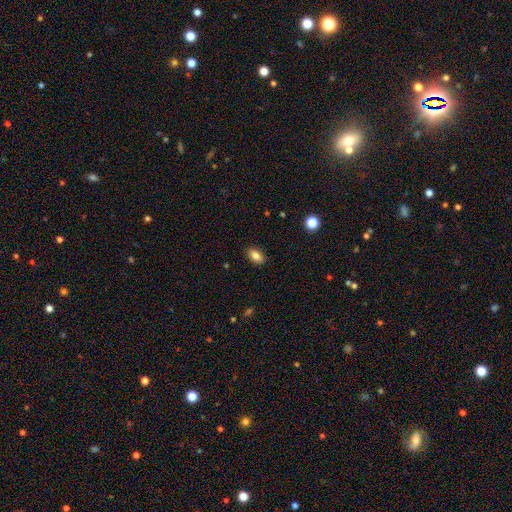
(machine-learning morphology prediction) Smooth or featured: smooth — 83% (star or artifact — 9%)
How rounded: in between — 89% (round — 7%)
Merging: none — 88% (minor disturbance — 8%)